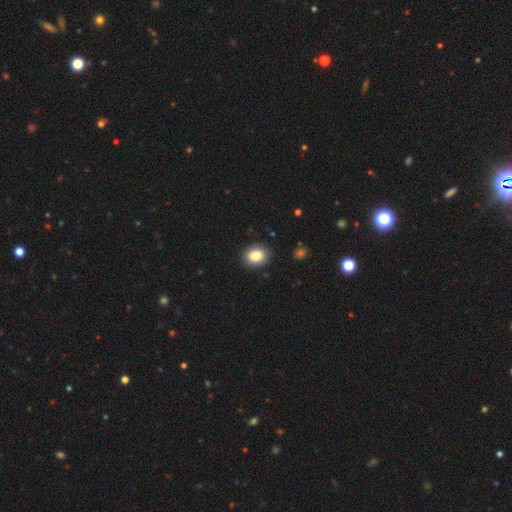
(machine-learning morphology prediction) Overall: smooth (86%). How rounded: in between (63%; round 36%). Merging: none (88%).